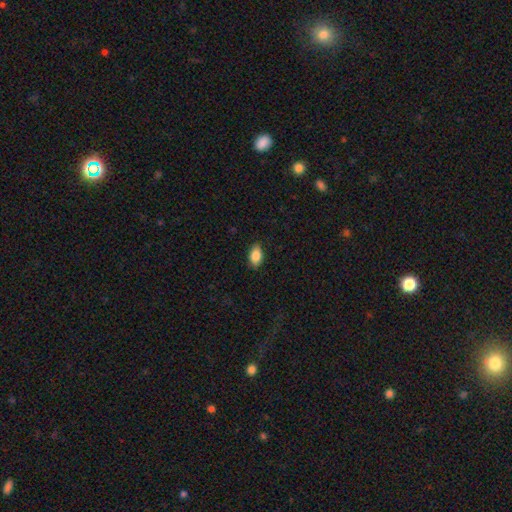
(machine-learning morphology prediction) Overall: smooth (85%). How rounded: in between (90%). Merging: none (87%).